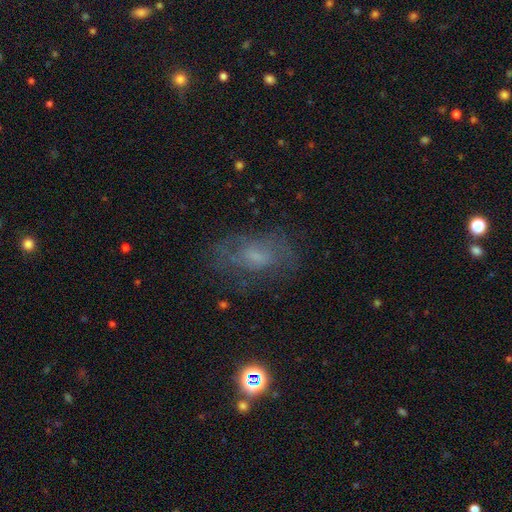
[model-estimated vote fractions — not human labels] Morphology: type=featured or disk (47%); merging=none (66%).